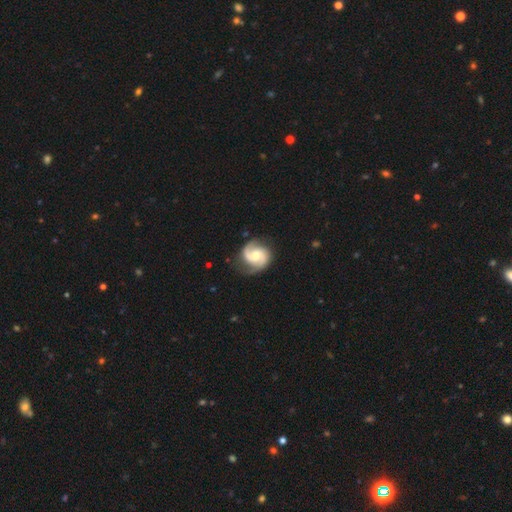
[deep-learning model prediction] A featured or disk galaxy (88%) with no bar (54%), 2 (92%) medium (52%) spiral arms (97%) and a moderate central bulge (66%).

Vote fractions:
- Smooth or featured? featured or disk: 88% / smooth: 8% / star or artifact: 4%
- Edge-on disk? no: 98% / yes: 2%
- Bar? no: 54% / weak: 37% / strong: 9%
- Spiral arms? yes: 97% / no: 3%
- Spiral winding? medium: 52% / tight: 29% / loose: 18%
- Spiral arm count? 2: 92% / can't tell: 3% / 1: 2% / 3: 1% / 4: 1% / more than 4: 1%
- Bulge size? moderate: 66% / small: 24% / large: 7% / none: 2% / dominant: 1%
- Merging? none: 79% / minor disturbance: 15% / major disturbance: 5% / merger: 1%